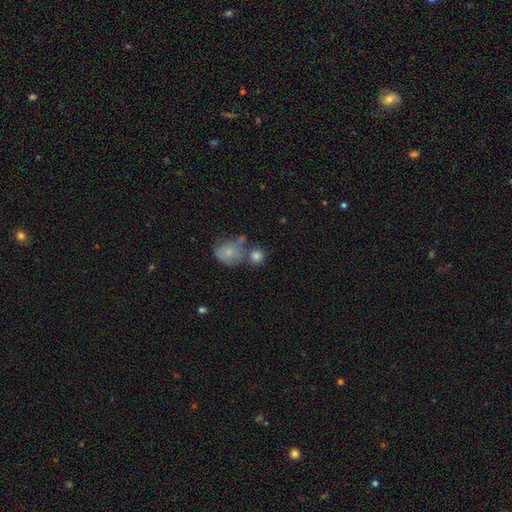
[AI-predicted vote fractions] This appears to be a smooth galaxy with no disk features (80%) that is round (83%). Merging: none (53%).